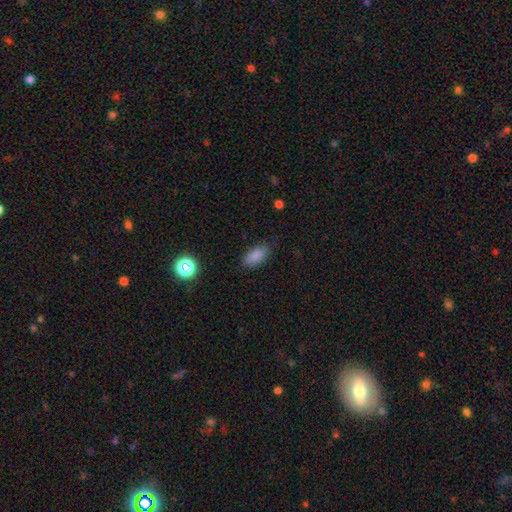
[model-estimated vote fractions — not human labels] smooth 85%, star or artifact 9%, featured or disk 6%. Down the decision tree: how rounded — in between (89%); merging — none (82%).